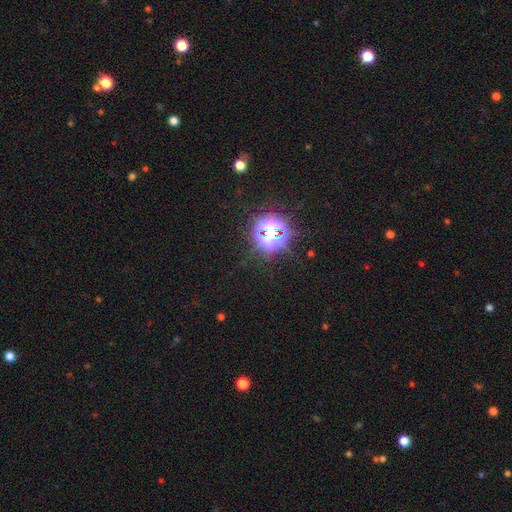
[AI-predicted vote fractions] A star or artifact, not a galaxy (85%).

Vote fractions:
- Smooth or featured? star or artifact: 85% / smooth: 10% / featured or disk: 5%